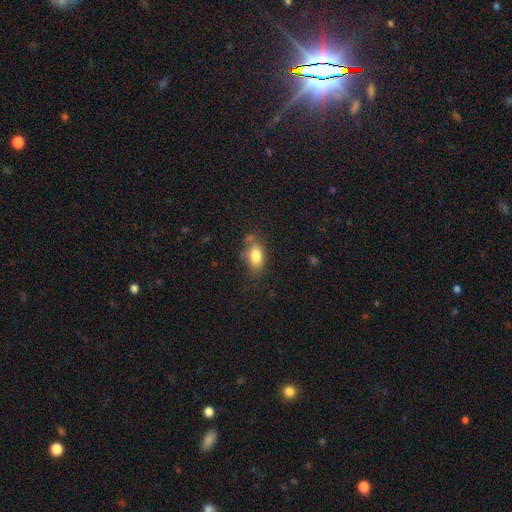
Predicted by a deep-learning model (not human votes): A smooth galaxy with no disk features (82%) that is in between round and cigar-shaped (87%). Merging: none (58%).